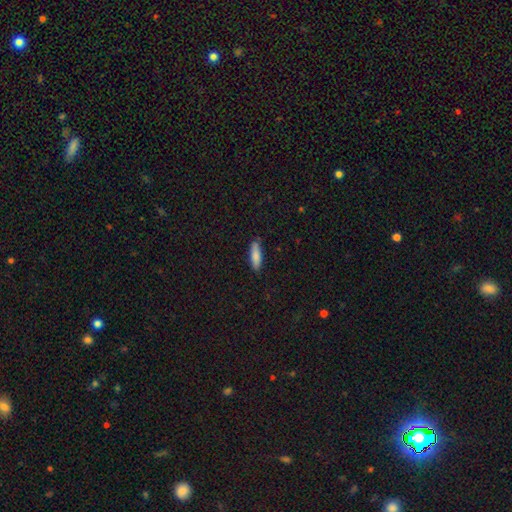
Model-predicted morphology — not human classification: Smooth or featured?
  - smooth: 84% *
  - featured or disk: 10%
  - star or artifact: 6%
How rounded?
  - cigar-shaped: 57% *
  - in between: 41%
  - round: 2%
Merging?
  - none: 85% *
  - minor disturbance: 11%
  - major disturbance: 2%
  - merger: 1%